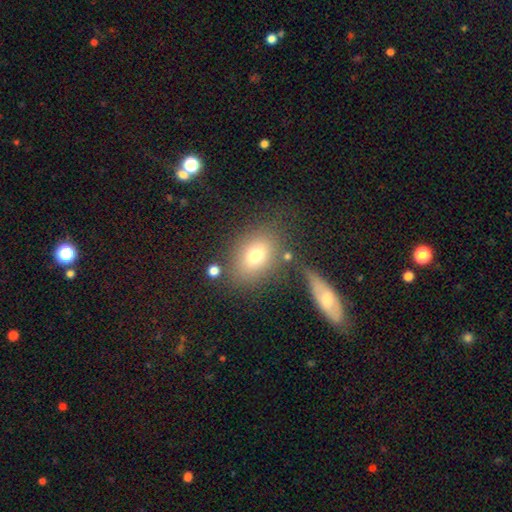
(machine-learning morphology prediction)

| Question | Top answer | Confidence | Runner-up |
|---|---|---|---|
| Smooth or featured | smooth | 73% | featured or disk (16%) |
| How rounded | in between | 67% | round (31%) |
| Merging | none | 67% | minor disturbance (15%) |